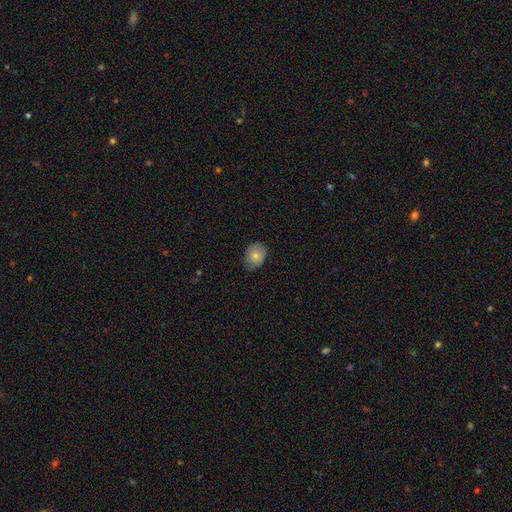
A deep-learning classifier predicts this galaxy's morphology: smooth-or-featured: smooth: 76% | featured or disk: 15% | star or artifact: 9%
  how-rounded: round: 51% | in between: 48% | cigar-shaped: 1%
  merging: none: 63% | minor disturbance: 31% | major disturbance: 6% | merger: 1%